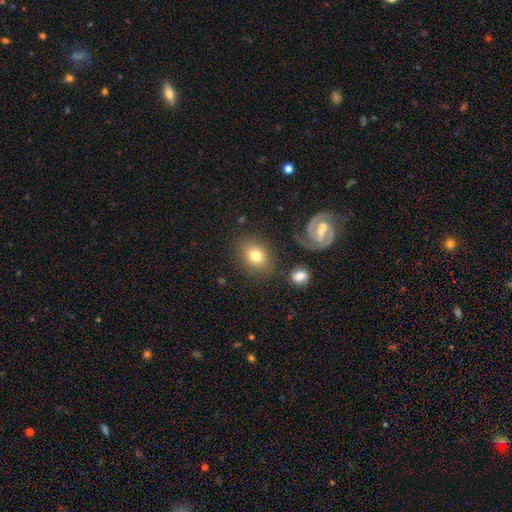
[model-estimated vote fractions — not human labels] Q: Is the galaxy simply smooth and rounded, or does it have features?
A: smooth — 73%.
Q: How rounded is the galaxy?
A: in between — 57%.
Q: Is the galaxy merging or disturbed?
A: none — 75%.